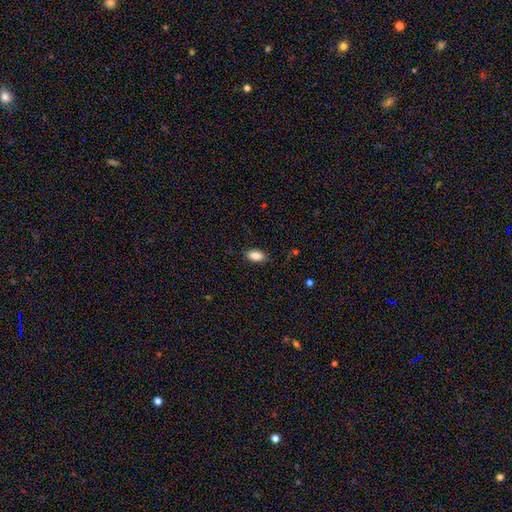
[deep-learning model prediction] Smooth or featured? Predicted: smooth (p=0.88). How rounded? Predicted: in between (p=0.92). Merging? Predicted: none (p=0.86).